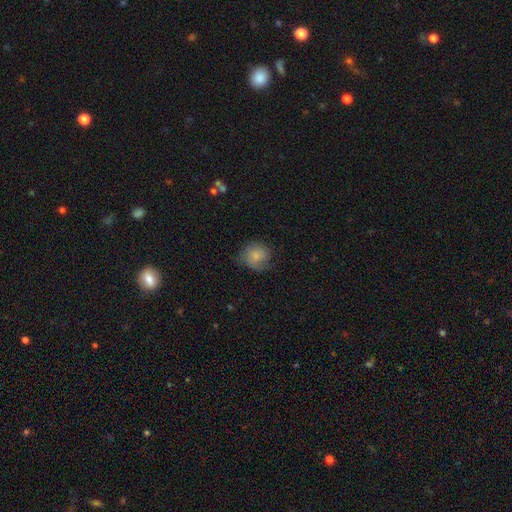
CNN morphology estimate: smooth 75%, featured or disk 17%, star or artifact 9%. Down the decision tree: how rounded — round (81%); merging — none (63%).